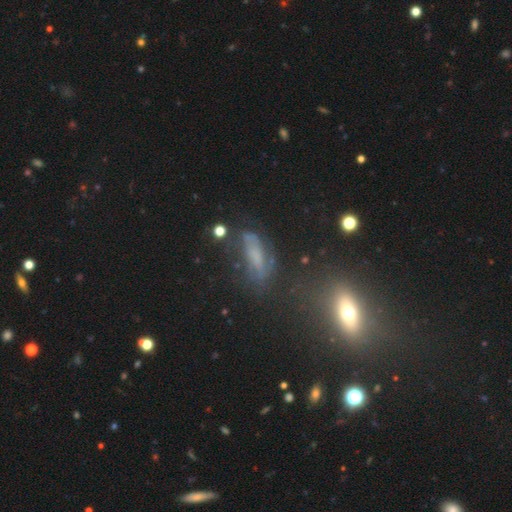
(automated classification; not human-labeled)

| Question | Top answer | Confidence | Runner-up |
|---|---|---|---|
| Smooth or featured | featured or disk | 46% | smooth (36%) |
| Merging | none | 50% | minor disturbance (23%) |